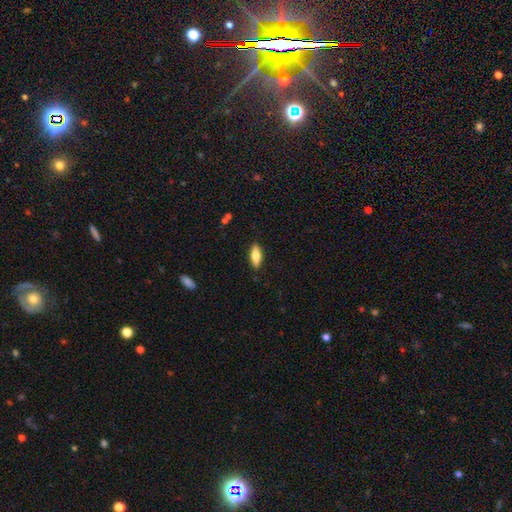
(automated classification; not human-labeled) Morphology: type=smooth (68%); roundness=in between (69%); merging=none (87%).